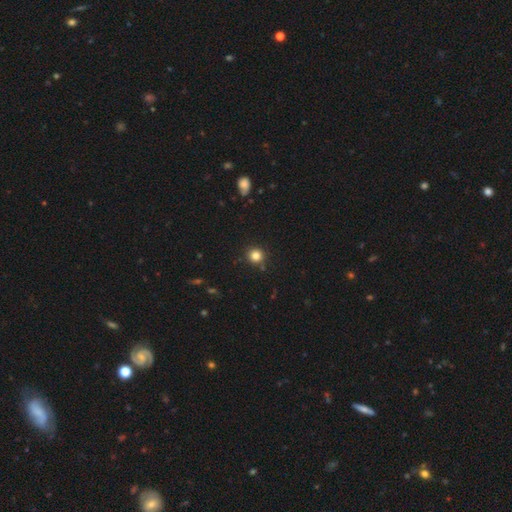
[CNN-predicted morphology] This appears to be a smooth galaxy with no disk features (83%) that is round (93%). Merging: none (89%).